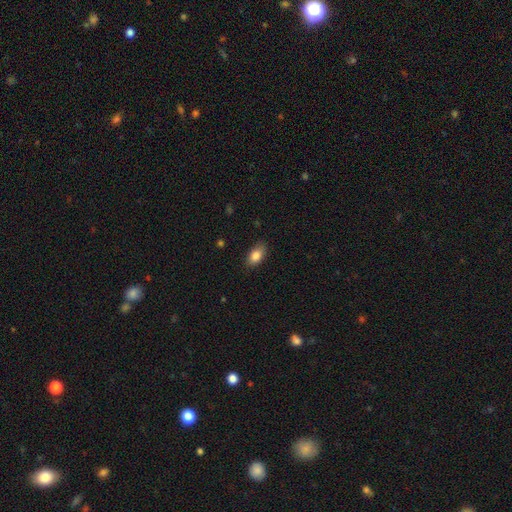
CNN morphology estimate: This appears to be a smooth galaxy with no disk features (85%) that is in between round and cigar-shaped (89%). Merging: none (82%).